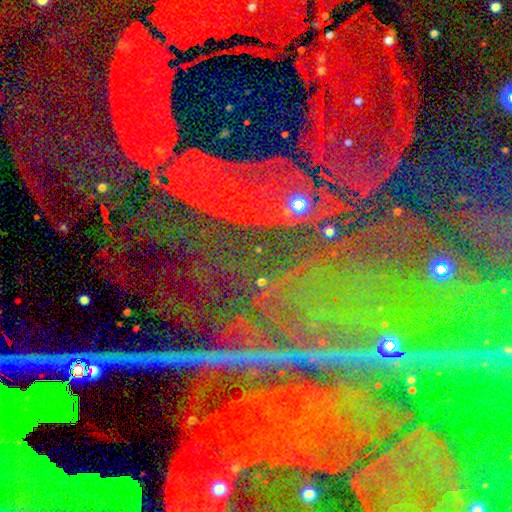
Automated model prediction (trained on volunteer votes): This is clearly a star or artifact rather than a galaxy (88%).